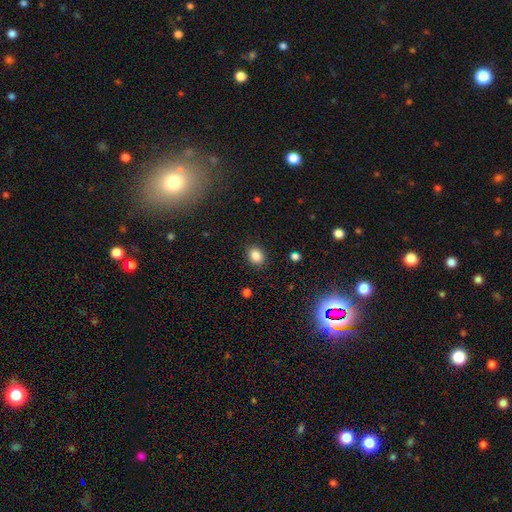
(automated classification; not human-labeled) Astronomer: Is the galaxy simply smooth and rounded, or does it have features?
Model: smooth — 85%.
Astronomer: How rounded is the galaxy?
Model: in between — 55% (runner-up: round, 44%).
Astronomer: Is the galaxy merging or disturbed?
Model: none — 87%.